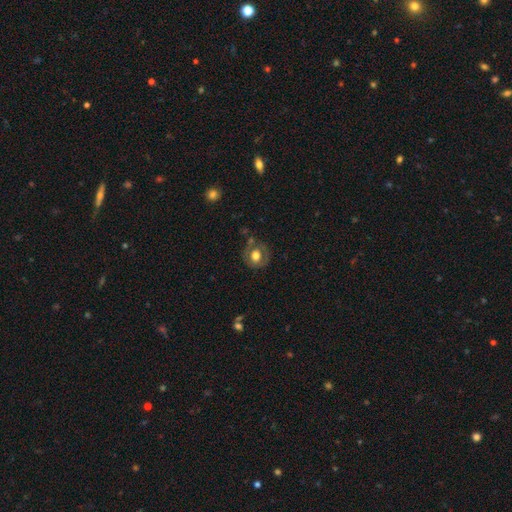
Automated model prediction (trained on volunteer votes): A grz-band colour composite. It shows a smooth galaxy with no disk features (57%) that is round (76%). Merging: none (69%).